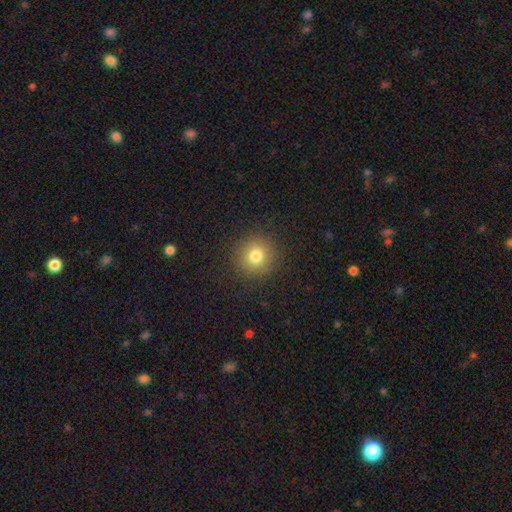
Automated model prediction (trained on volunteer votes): Morphology: type=smooth (78%); roundness=round (93%); merging=none (90%).